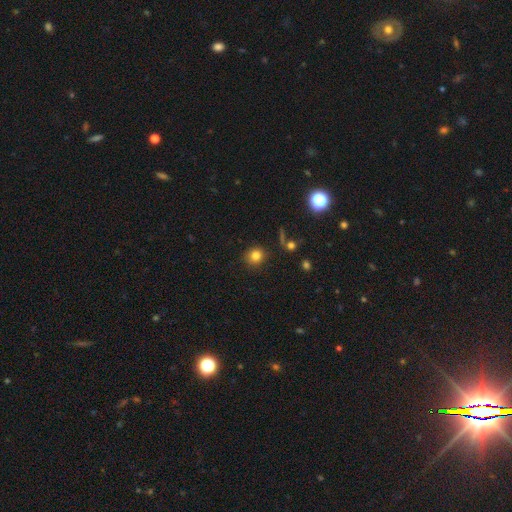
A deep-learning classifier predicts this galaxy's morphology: Smooth or featured? smooth (80%)
How rounded? round (86%)
Merging? none (86%)